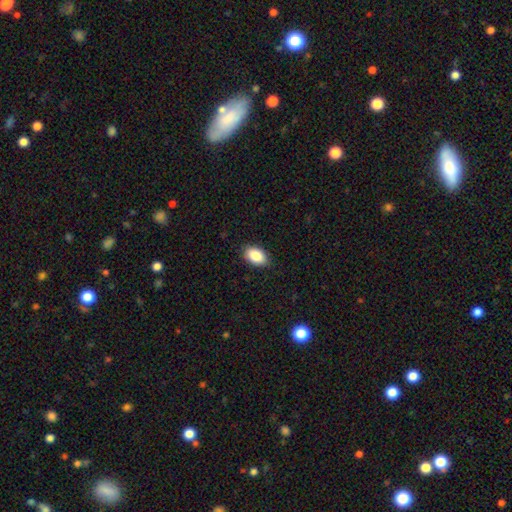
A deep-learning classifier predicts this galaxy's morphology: A smooth galaxy with no disk features (87%) that is in between round and cigar-shaped (90%).

Vote fractions:
- Smooth or featured? smooth: 87% / star or artifact: 7% / featured or disk: 6%
- How rounded? in between: 90% / round: 9% / cigar-shaped: 1%
- Merging? none: 87% / minor disturbance: 10% / major disturbance: 2% / merger: 1%